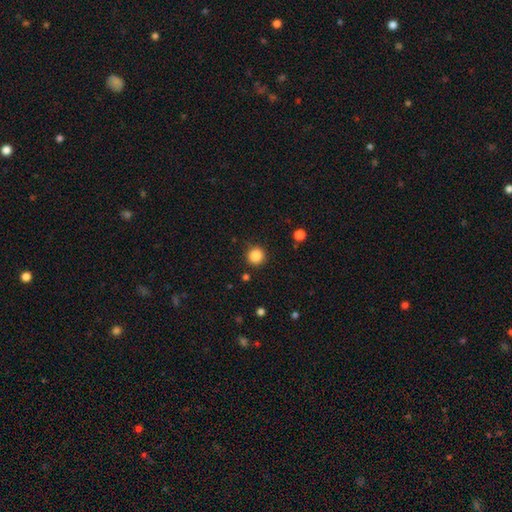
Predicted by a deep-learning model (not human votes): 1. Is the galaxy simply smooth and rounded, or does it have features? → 87% smooth, 10% star or artifact, 3% featured or disk.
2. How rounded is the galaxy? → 95% round, 4% in between, 1% cigar-shaped.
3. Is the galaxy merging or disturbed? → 90% none, 6% minor disturbance, 2% major disturbance, 2% merger.